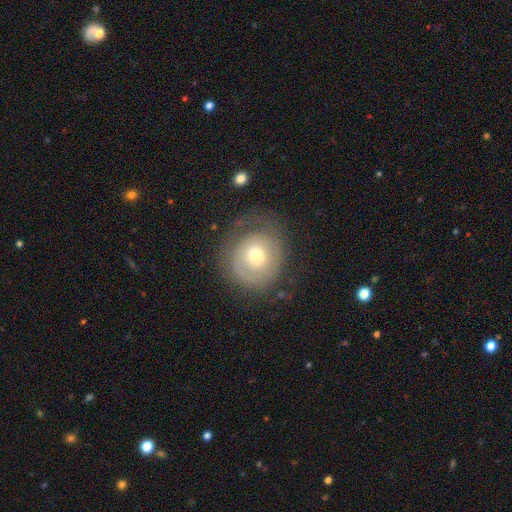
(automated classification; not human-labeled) A smooth galaxy with no disk features (49%).

Vote fractions:
- Smooth or featured? smooth: 49% / featured or disk: 44% / star or artifact: 7%
- Merging? none: 63% / minor disturbance: 20% / major disturbance: 15% / merger: 2%